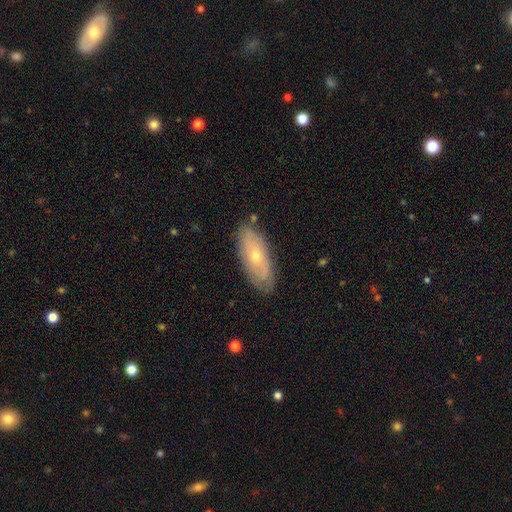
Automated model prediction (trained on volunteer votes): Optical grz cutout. It shows a featured or disk galaxy (47%). Merging: none (81%).